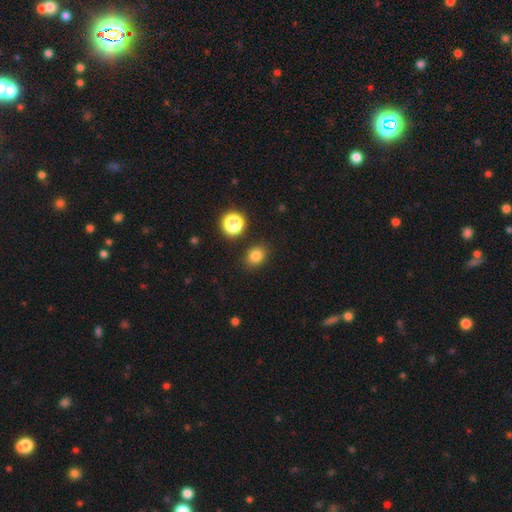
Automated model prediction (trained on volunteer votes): Overall: smooth (81%). How rounded: round (55%; in between 44%). Merging: none (87%).